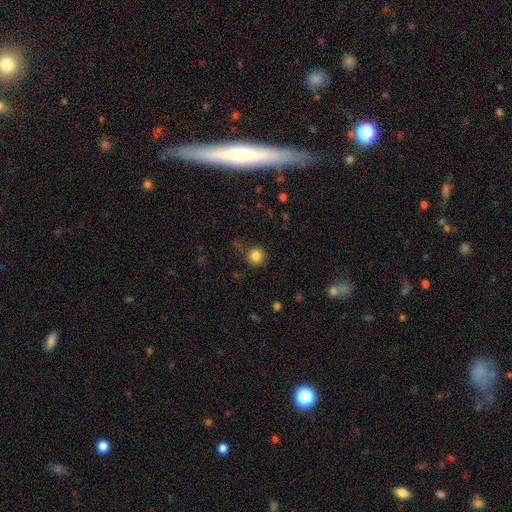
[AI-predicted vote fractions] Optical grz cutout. It shows a smooth galaxy with no disk features (84%) that is round (93%). Merging: none (82%).